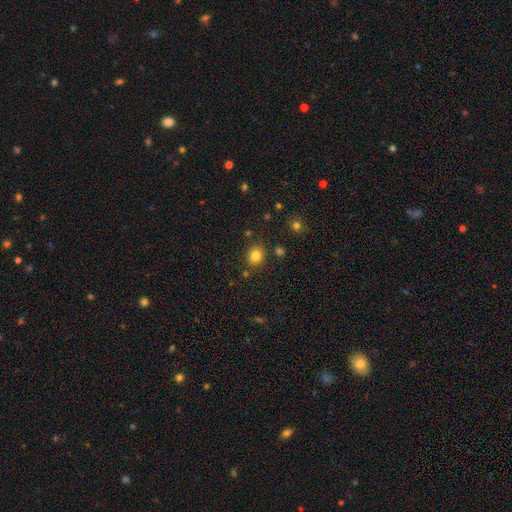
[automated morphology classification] A smooth galaxy with no disk features (81%) that is round (65%).

Vote fractions:
- Smooth or featured? smooth: 81% / star or artifact: 13% / featured or disk: 6%
- How rounded? round: 65% / in between: 34% / cigar-shaped: 1%
- Merging? none: 82% / minor disturbance: 11% / merger: 5% / major disturbance: 3%